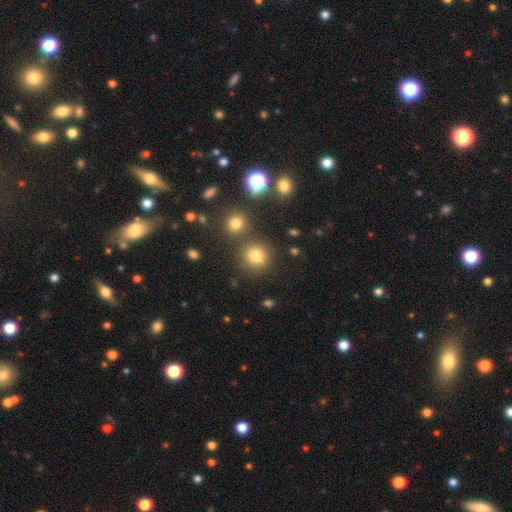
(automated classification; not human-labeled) This appears to be a smooth galaxy with no disk features (76%) that is round (90%). Merging: none (78%).